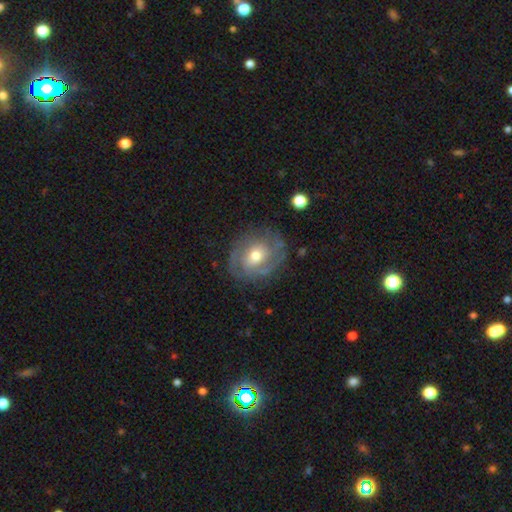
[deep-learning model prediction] The model was most divided on "spiral arm count": 2: 37%, can't tell: 34%, 3: 15%, 1: 6%, 4: 5%, more than 4: 4%. More confident: edge-on disk — no (97%); spiral arms — yes (81%); merging — none (73%); bar — no (70%); bulge size — moderate (68%); smooth or featured — featured or disk (68%); spiral winding — tight (51%).